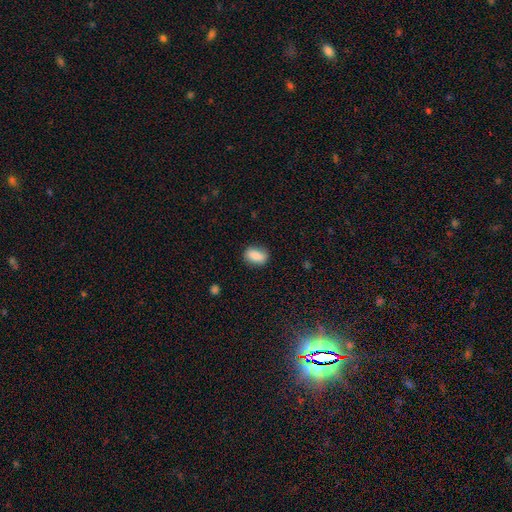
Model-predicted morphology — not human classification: A smooth galaxy with no disk features (87%) that is in between round and cigar-shaped (84%). Merging: none (84%).